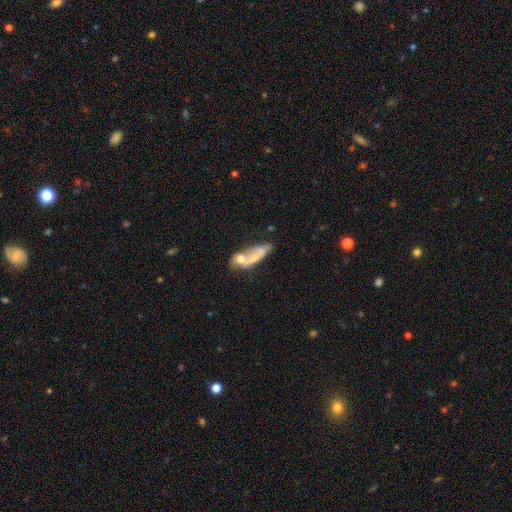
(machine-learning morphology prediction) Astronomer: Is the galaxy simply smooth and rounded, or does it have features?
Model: smooth — 49% (runner-up: featured or disk, 43%).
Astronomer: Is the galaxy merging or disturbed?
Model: merger — 57%.